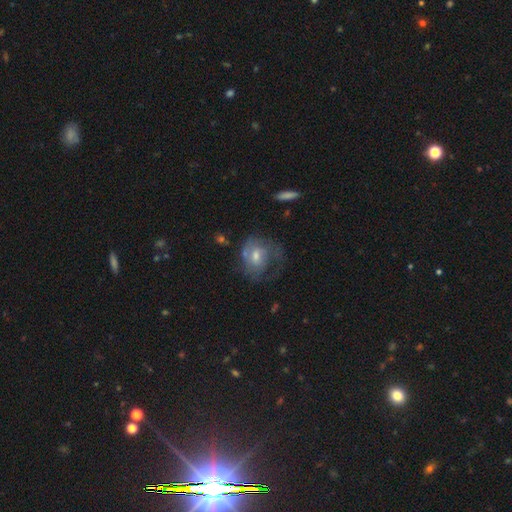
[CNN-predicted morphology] This appears to be a featured or disk galaxy (58%) with no bar (54%), spiral arms (67%) and a moderate central bulge (56%). Merging: major disturbance (37%).